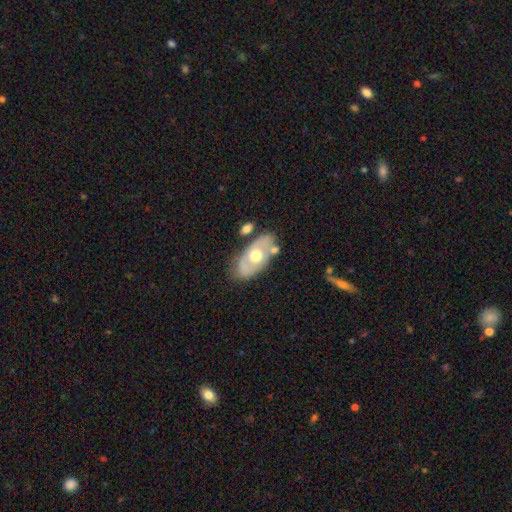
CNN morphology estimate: smooth_or_featured: featured or disk (p=0.56) [alt: smooth p=0.38]
disk_edge_on: no (p=0.86) [alt: yes p=0.14]
merging: none (p=0.67) [alt: minor disturbance p=0.18]